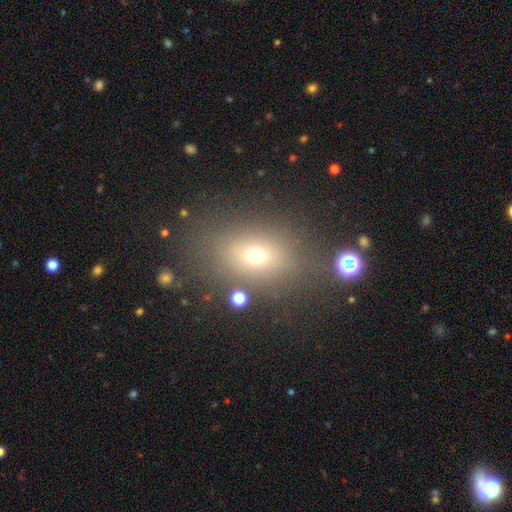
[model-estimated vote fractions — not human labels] A smooth galaxy with no disk features (63%) that is in between round and cigar-shaped (63%). Merging: none (77%).